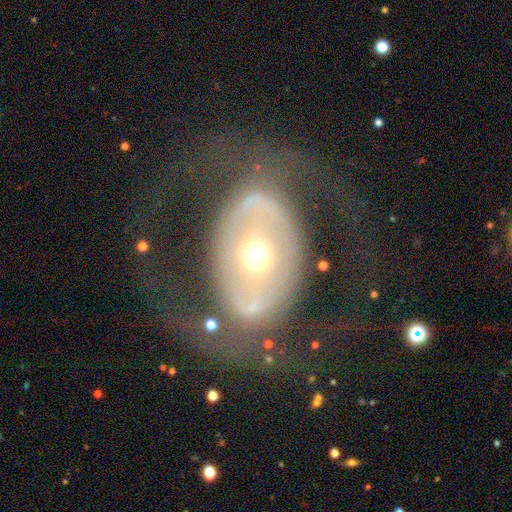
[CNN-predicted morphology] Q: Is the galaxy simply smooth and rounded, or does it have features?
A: featured or disk — 69%.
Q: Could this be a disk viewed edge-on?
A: no — 92%.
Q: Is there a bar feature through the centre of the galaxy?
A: no — 64%.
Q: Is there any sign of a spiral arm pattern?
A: no — 65%.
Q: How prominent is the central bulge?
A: moderate — 68%.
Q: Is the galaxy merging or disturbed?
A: none — 68%.